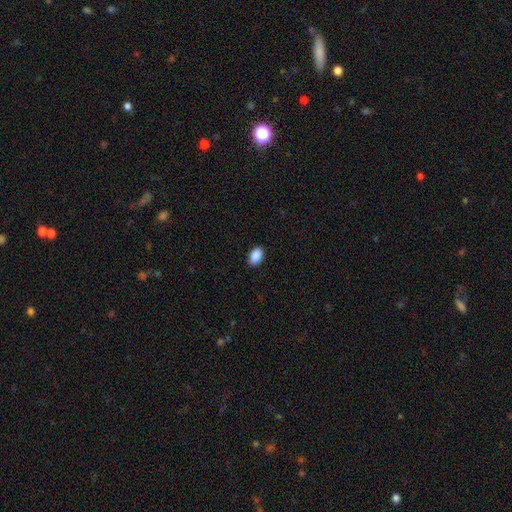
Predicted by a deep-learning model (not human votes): smooth_or_featured: smooth (p=0.90) [alt: star or artifact p=0.07]
how_rounded: in between (p=0.92) [alt: round p=0.07]
merging: none (p=0.89) [alt: minor disturbance p=0.08]